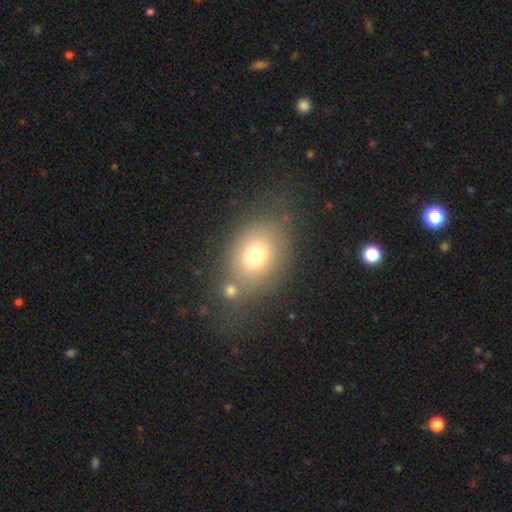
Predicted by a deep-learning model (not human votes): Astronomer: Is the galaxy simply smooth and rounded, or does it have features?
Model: smooth — 71%.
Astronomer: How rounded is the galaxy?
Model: in between — 58% (runner-up: round, 40%).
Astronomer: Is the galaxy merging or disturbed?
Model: none — 62%.